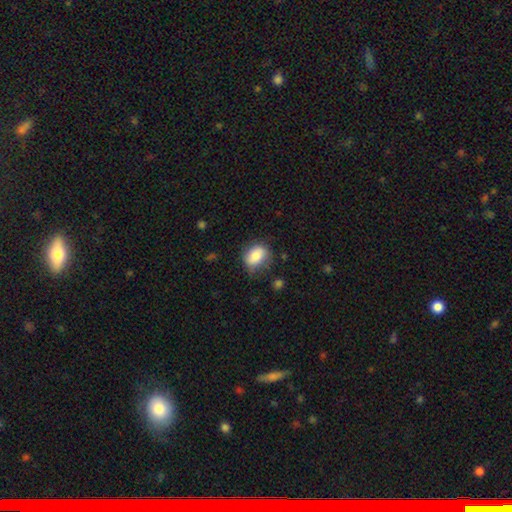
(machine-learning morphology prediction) smooth_or_featured: smooth (p=0.79) [alt: featured or disk p=0.13]
how_rounded: in between (p=0.65) [alt: round p=0.33]
merging: none (p=0.65) [alt: minor disturbance p=0.25]